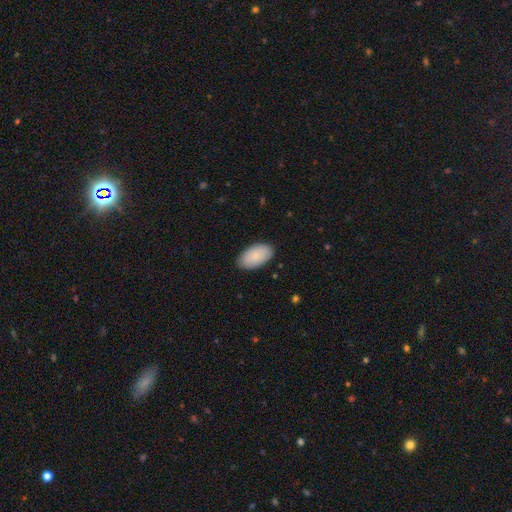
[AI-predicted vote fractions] Smooth or featured? smooth (83%)
How rounded? in between (96%)
Merging? none (85%)